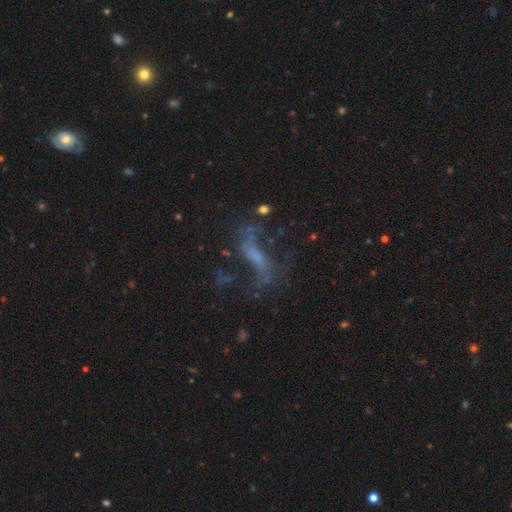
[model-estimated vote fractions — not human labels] Overall: featured or disk (61%). Edge-on disk: no (84%). Bar: no (49%; weak 32%). Spiral arms: yes (55%; no 45%). Bulge size: small (46%; none 32%). Merging: none (48%; major disturbance 29%).